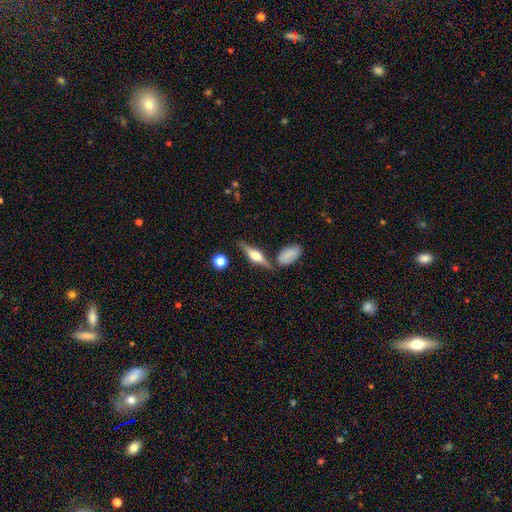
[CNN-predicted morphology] This appears to be a featured or disk galaxy (68%) viewed edge-on (95%) with a rounded central bulge (92%). Merging: none (77%).